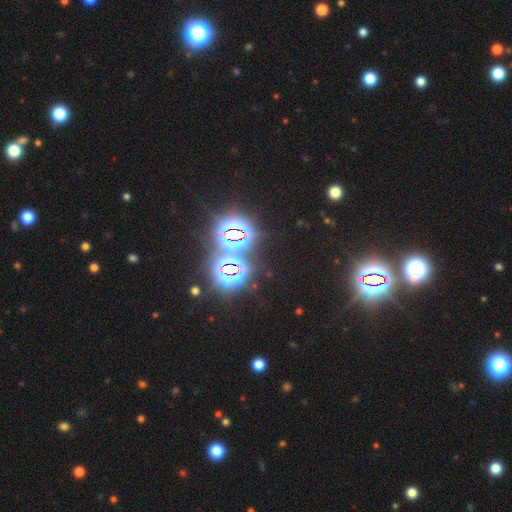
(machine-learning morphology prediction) Overall: star or artifact (76%).